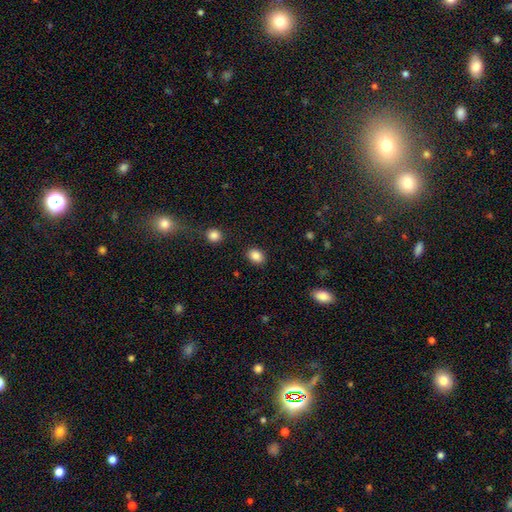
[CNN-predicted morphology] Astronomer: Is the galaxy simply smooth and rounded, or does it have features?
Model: smooth — 87%.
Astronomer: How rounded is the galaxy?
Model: in between — 65%.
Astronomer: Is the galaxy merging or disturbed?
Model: none — 87%.